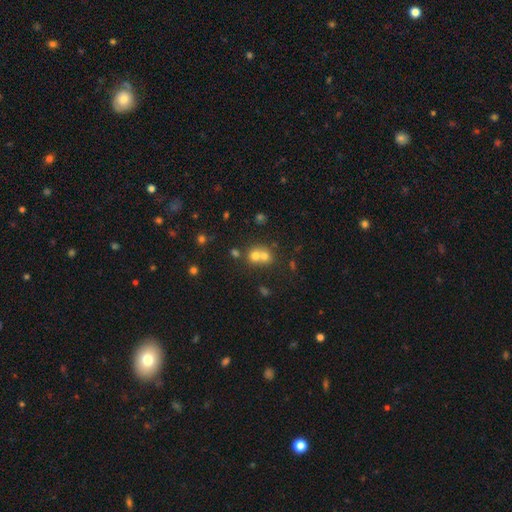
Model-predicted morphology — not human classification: Smooth or featured? smooth (66%)
How rounded? round (79%)
Merging? merger (60%)